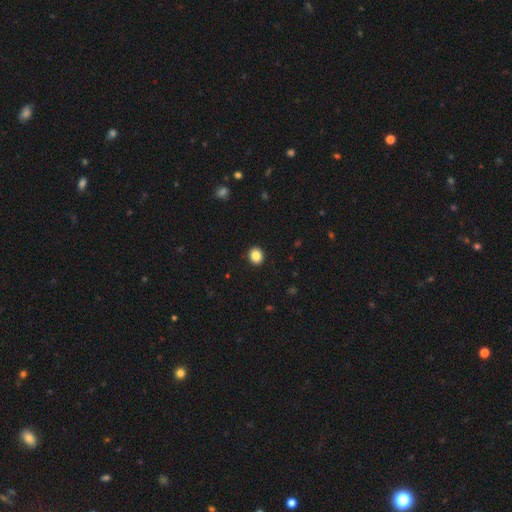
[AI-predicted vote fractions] The model was most divided on "how rounded": round: 75%, in between: 24%, cigar-shaped: 1%. More confident: merging — none (92%); smooth or featured — smooth (87%).